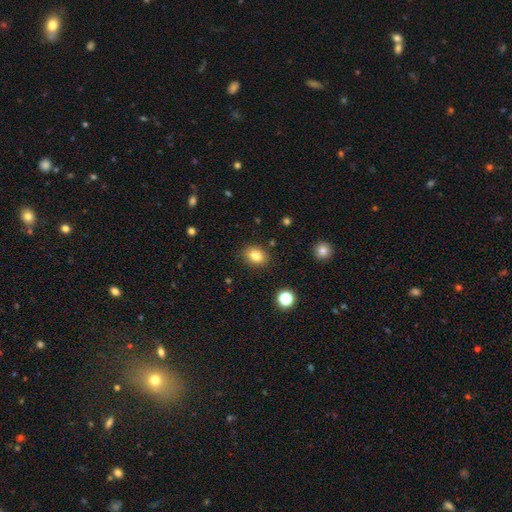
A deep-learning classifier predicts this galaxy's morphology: A smooth galaxy with no disk features (81%) that is in between round and cigar-shaped (59%). Merging: none (87%).